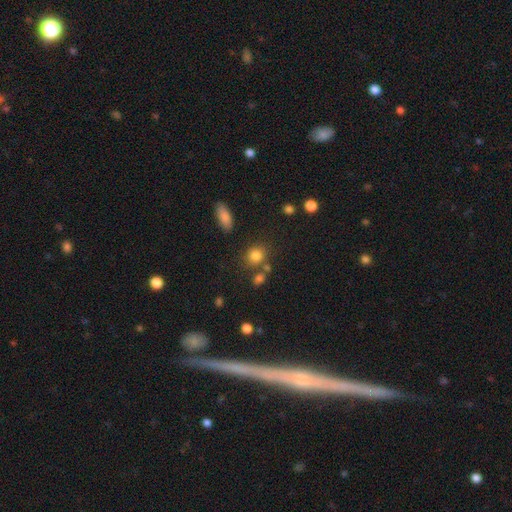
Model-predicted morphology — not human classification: A smooth galaxy with no disk features (80%) that is round (75%). Merging: none (68%).